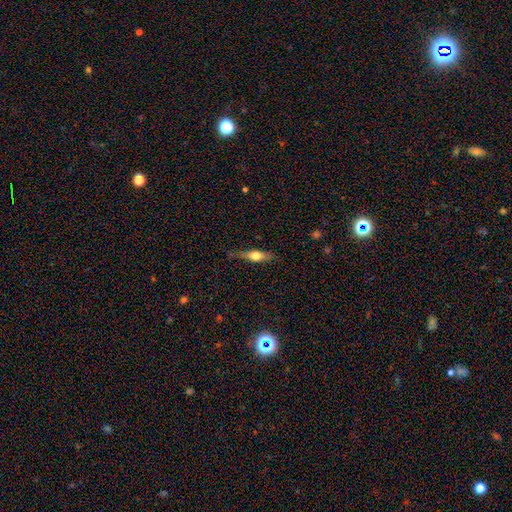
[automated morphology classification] This appears to be a smooth galaxy with no disk features (49%). Merging: none (68%).